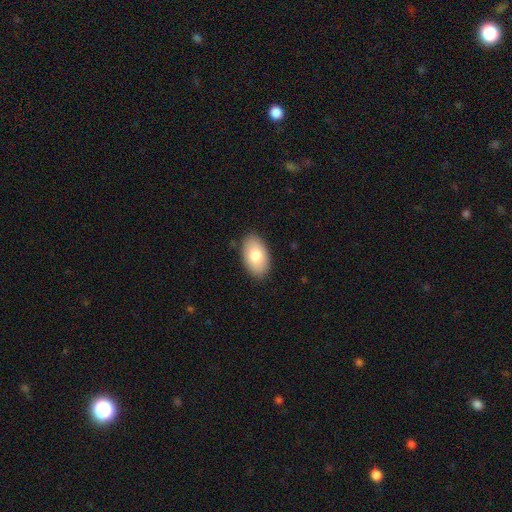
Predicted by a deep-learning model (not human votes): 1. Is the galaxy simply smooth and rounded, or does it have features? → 80% smooth, 14% featured or disk, 6% star or artifact.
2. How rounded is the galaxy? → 94% in between, 5% round, 1% cigar-shaped.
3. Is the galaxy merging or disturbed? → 88% none, 9% minor disturbance, 2% major disturbance, 1% merger.